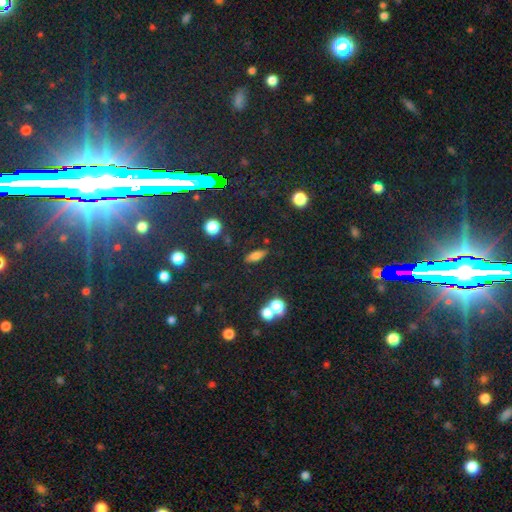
Volunteers were most divided on "how rounded": cigar-shaped: 52%, in between: 42%, round: 6%. More confident: smooth or featured — smooth (84%); merging — none (78%).